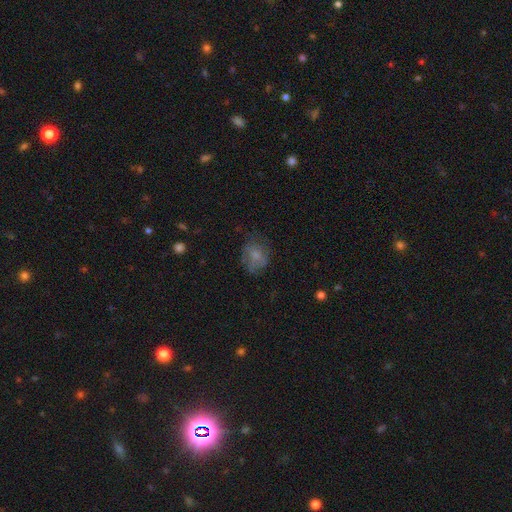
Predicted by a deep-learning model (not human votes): smooth 59%, featured or disk 29%, star or artifact 11%. Down the decision tree: how rounded — round (56%); merging — none (54%).